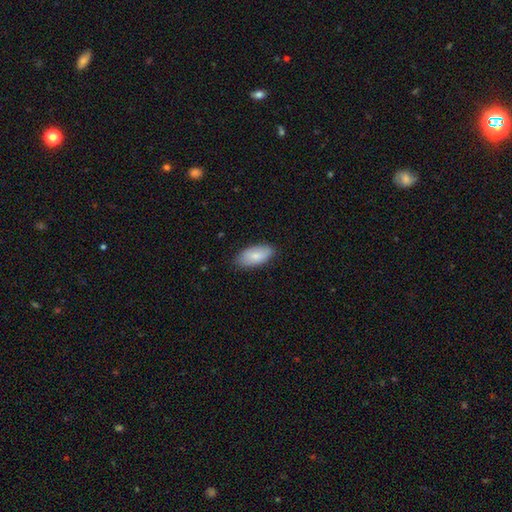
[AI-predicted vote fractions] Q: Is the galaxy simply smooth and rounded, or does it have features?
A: smooth — 81%.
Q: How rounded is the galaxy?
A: in between — 93%.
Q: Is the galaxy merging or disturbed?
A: none — 83%.